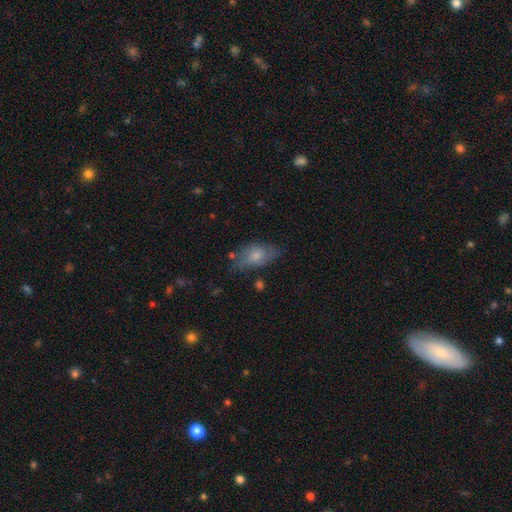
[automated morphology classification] This is possibly a smooth galaxy (59%). How rounded: clearly in between (88%). Merging: possibly none (56%).